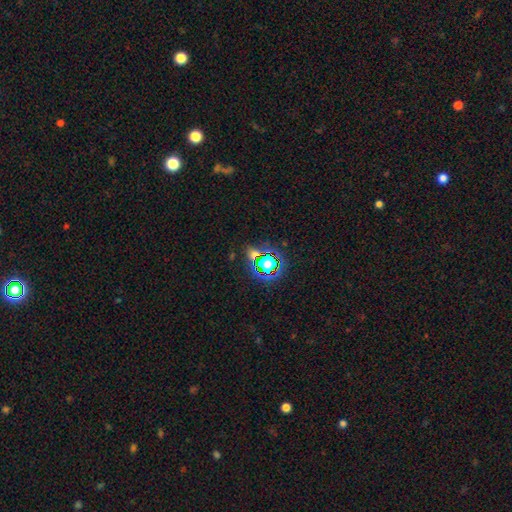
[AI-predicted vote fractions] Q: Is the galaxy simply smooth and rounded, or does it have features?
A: star or artifact — 55%.